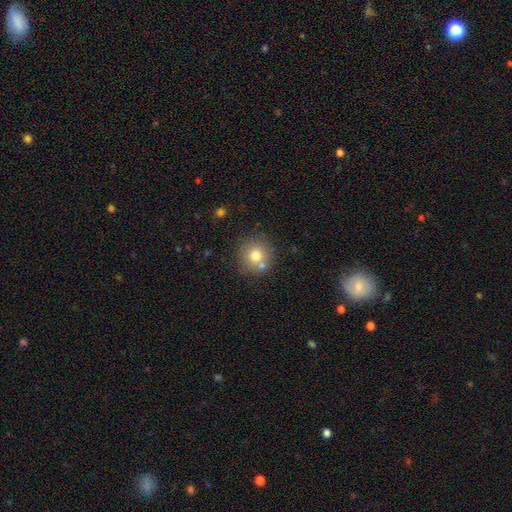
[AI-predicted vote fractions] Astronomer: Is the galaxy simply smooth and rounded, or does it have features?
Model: smooth — 74%.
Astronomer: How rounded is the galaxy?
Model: round — 91%.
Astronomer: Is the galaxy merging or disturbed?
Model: none — 70%.